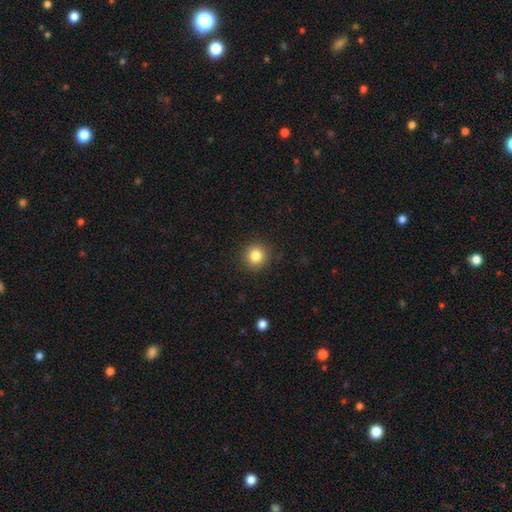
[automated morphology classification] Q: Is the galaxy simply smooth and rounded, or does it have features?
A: smooth — 84%.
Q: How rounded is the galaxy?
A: round — 92%.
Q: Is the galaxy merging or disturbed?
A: none — 91%.